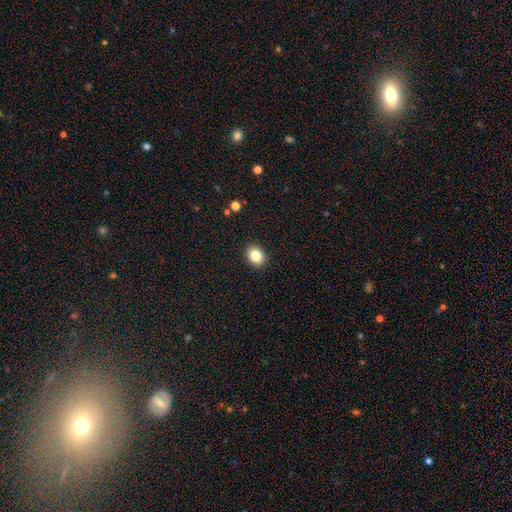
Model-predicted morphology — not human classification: A smooth galaxy with no disk features (85%) that is in between round and cigar-shaped (57%).

Vote fractions:
- Smooth or featured? smooth: 85% / star or artifact: 9% / featured or disk: 6%
- How rounded? in between: 57% / round: 42% / cigar-shaped: 1%
- Merging? none: 91% / minor disturbance: 6% / major disturbance: 2% / merger: 1%